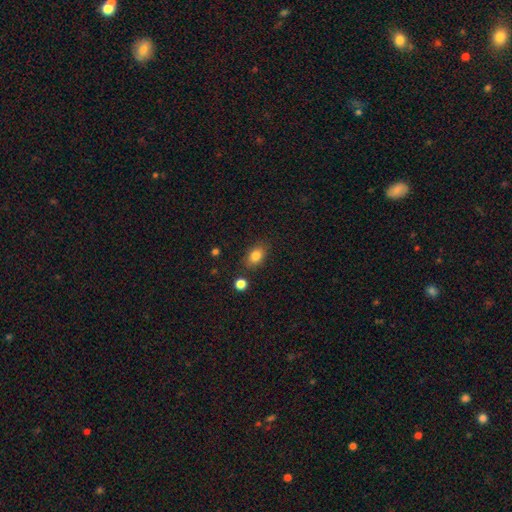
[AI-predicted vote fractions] smooth-or-featured: smooth: 83% | star or artifact: 10% | featured or disk: 8%
  how-rounded: in between: 78% | round: 20% | cigar-shaped: 2%
  merging: none: 81% | minor disturbance: 12% | merger: 4% | major disturbance: 3%